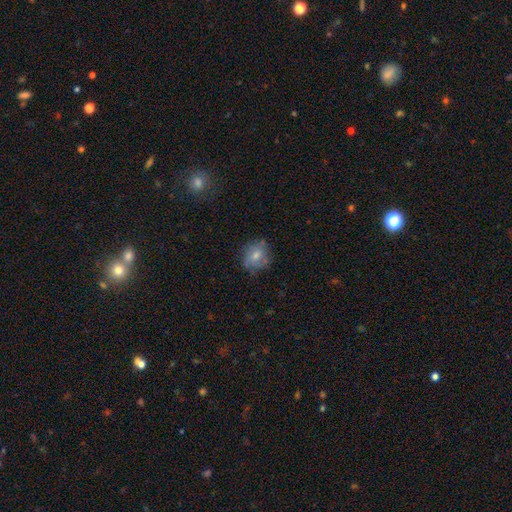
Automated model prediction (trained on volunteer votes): Q: Smooth or featured?
A: smooth (50%); runner-up: featured or disk (41%)
Q: How rounded?
A: round (74%); runner-up: in between (25%)
Q: Merging?
A: none (70%); runner-up: minor disturbance (22%)